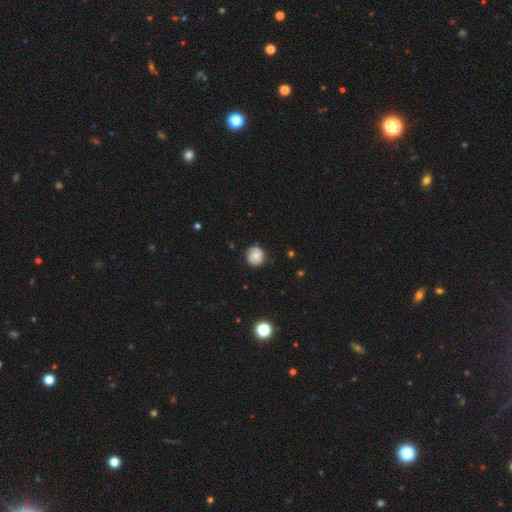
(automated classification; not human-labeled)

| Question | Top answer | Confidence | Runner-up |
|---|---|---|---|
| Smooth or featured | smooth | 60% | featured or disk (31%) |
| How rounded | round | 83% | in between (16%) |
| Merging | none | 79% | minor disturbance (17%) |